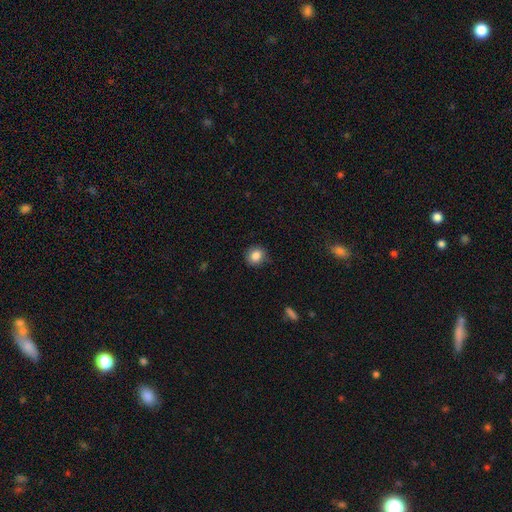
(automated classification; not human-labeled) The model was most divided on "smooth or featured": smooth: 85%, star or artifact: 10%, featured or disk: 5%. More confident: how rounded — round (87%); merging — none (87%).